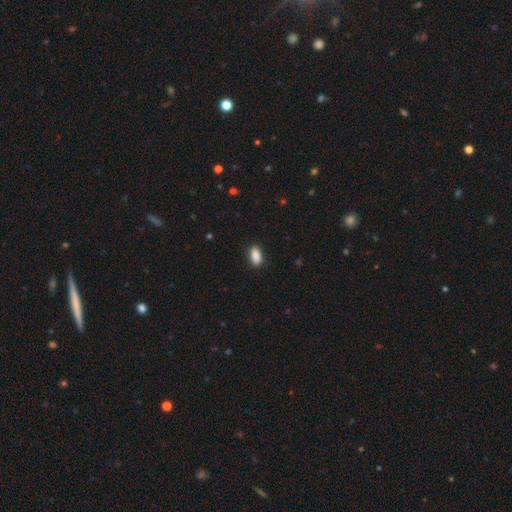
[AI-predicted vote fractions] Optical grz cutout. It shows a smooth galaxy with no disk features (89%) that is in between round and cigar-shaped (90%). Merging: none (88%).